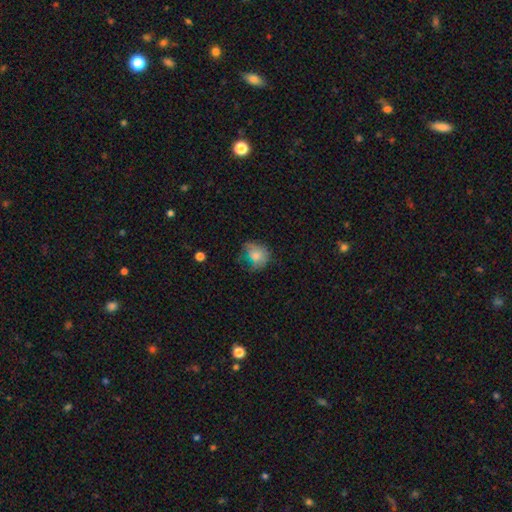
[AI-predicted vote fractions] Smooth or featured?
  - smooth: 72% *
  - featured or disk: 18%
  - star or artifact: 11%
How rounded?
  - round: 64% *
  - in between: 35%
  - cigar-shaped: 1%
Merging?
  - none: 44% *
  - minor disturbance: 31%
  - major disturbance: 22%
  - merger: 3%